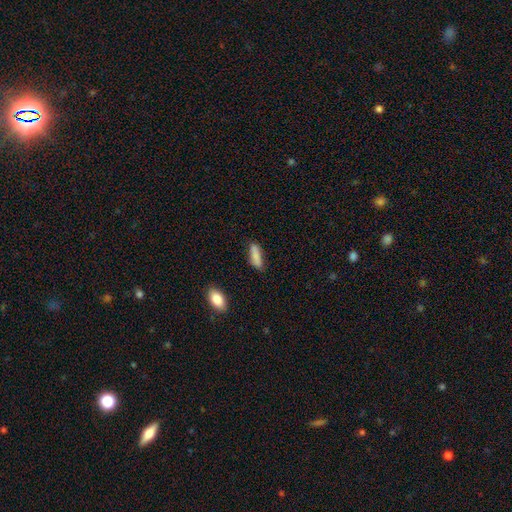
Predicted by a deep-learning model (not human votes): Smooth or featured: smooth — 83% (featured or disk — 10%)
How rounded: in between — 50% (cigar-shaped — 48%)
Merging: none — 73% (minor disturbance — 19%)